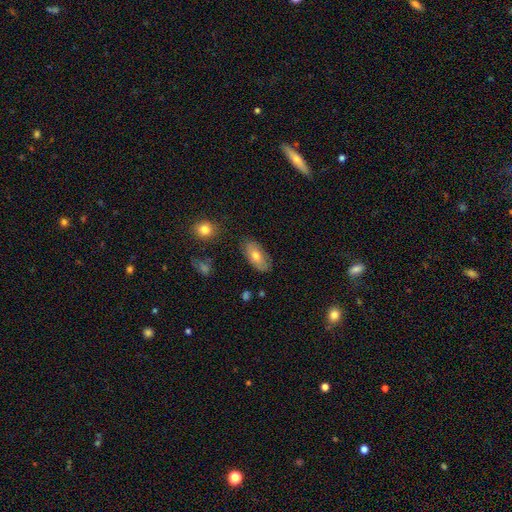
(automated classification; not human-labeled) smooth 67%, featured or disk 26%, star or artifact 7%. Down the decision tree: how rounded — in between (91%); merging — none (82%).